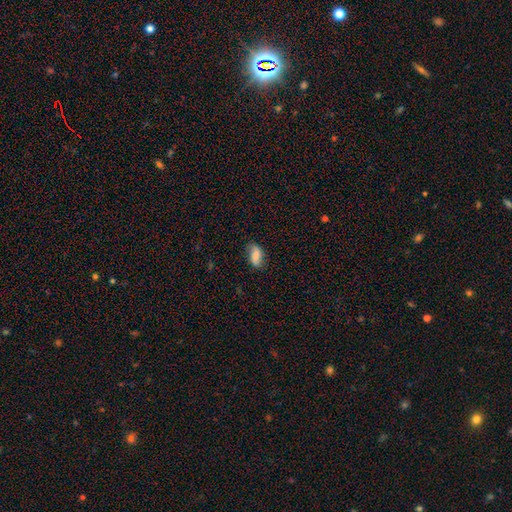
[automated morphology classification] This is likely a smooth galaxy (79%). How rounded: clearly in between (89%). Merging: likely none (74%).